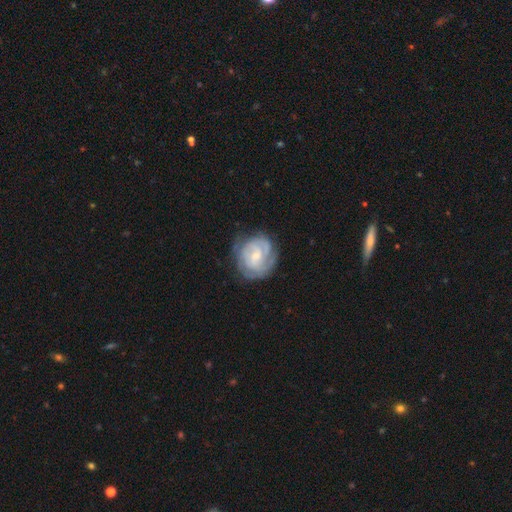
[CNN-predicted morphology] A featured or disk galaxy (77%) with no bar (51%), tight (67%) spiral arms (91%) and a small central bulge (52%). Merging: none (70%).